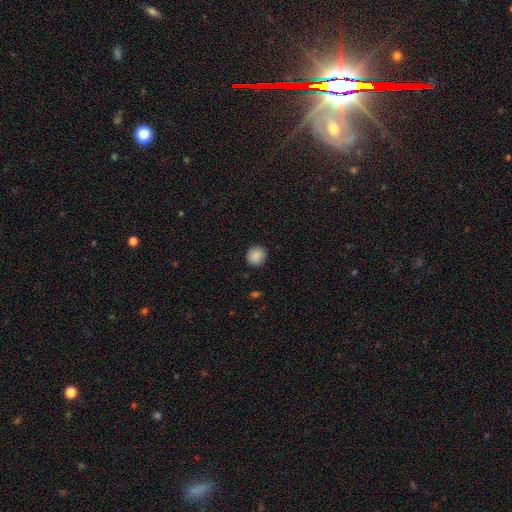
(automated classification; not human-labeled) Smooth or featured? Predicted: smooth (p=0.88). How rounded? Predicted: round (p=0.89). Merging? Predicted: none (p=0.91).